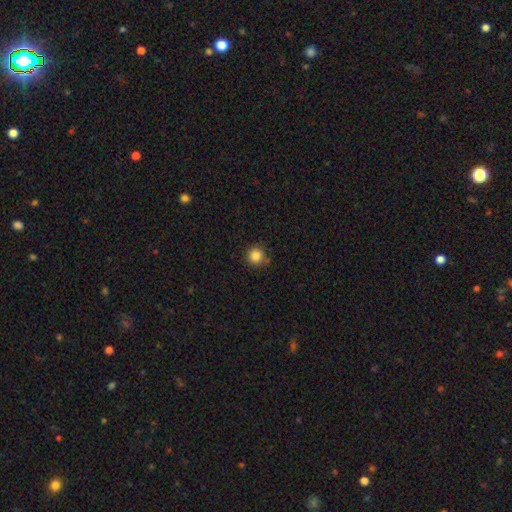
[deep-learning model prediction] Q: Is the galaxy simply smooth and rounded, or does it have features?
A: smooth — 85%.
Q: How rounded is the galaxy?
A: round — 94%.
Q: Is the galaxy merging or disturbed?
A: none — 85%.